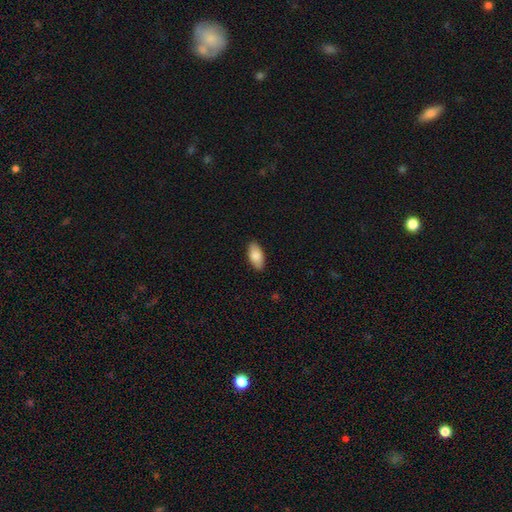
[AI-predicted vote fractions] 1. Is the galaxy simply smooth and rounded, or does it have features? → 85% smooth, 9% featured or disk, 6% star or artifact.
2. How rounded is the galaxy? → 91% in between, 7% cigar-shaped, 2% round.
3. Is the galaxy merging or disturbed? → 88% none, 9% minor disturbance, 2% major disturbance, 1% merger.